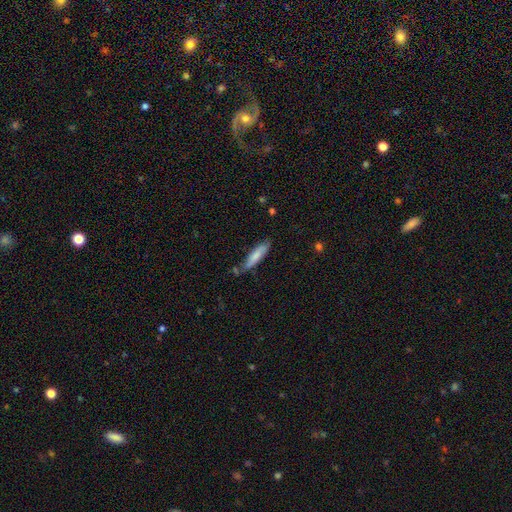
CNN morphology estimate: Smooth or featured?
  - smooth: 74% *
  - featured or disk: 20%
  - star or artifact: 6%
How rounded?
  - cigar-shaped: 79% *
  - in between: 20%
  - round: 1%
Merging?
  - none: 68% *
  - minor disturbance: 22%
  - merger: 5%
  - major disturbance: 4%